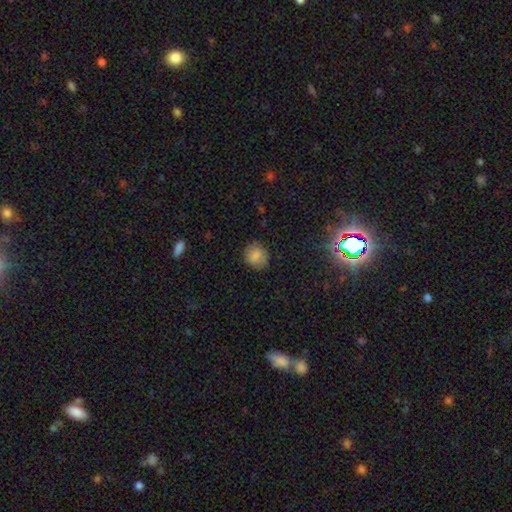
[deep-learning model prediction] This is clearly a smooth galaxy (81%). How rounded: likely round (79%). Merging: clearly none (84%).